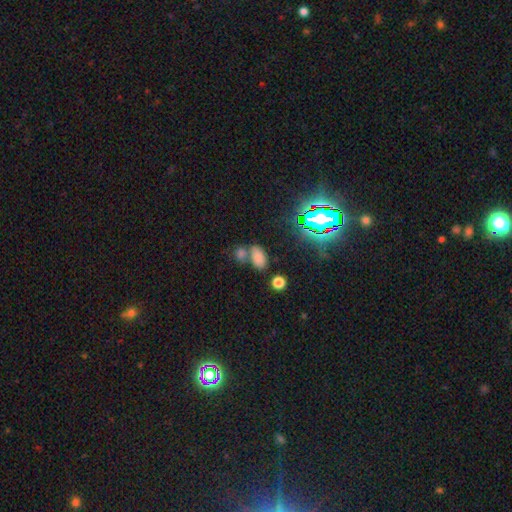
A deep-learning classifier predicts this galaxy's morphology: The model was most divided on "merging": none: 48%, merger: 36%, minor disturbance: 11%, major disturbance: 5%. More confident: how rounded — in between (89%); smooth or featured — smooth (68%).